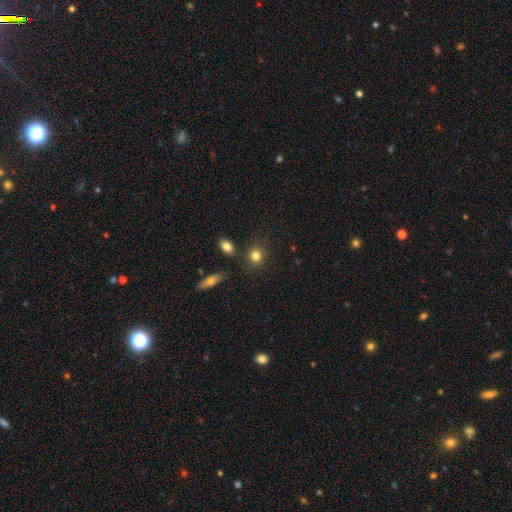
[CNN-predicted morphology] This is clearly a smooth galaxy (81%). How rounded: likely round (69%). Merging: likely none (77%).